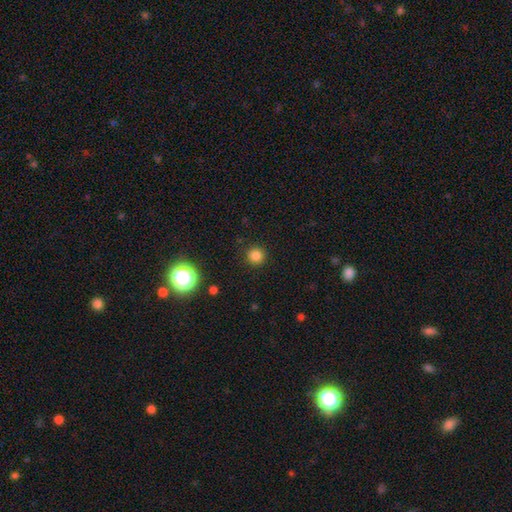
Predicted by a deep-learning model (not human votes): Overall: smooth (82%). How rounded: round (94%). Merging: none (91%).